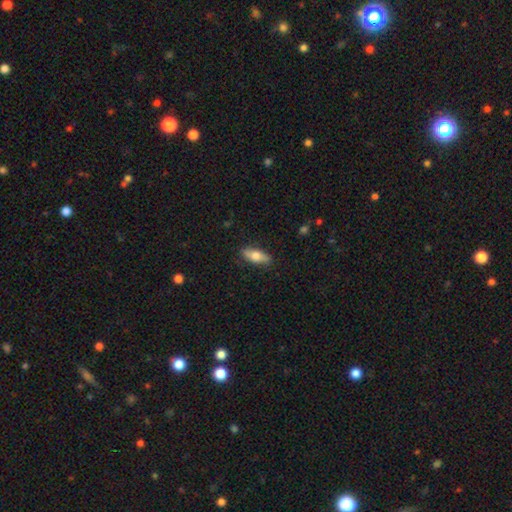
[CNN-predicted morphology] Overall: smooth (66%; featured or disk 28%). How rounded: in between (68%; cigar-shaped 28%). Merging: none (82%).